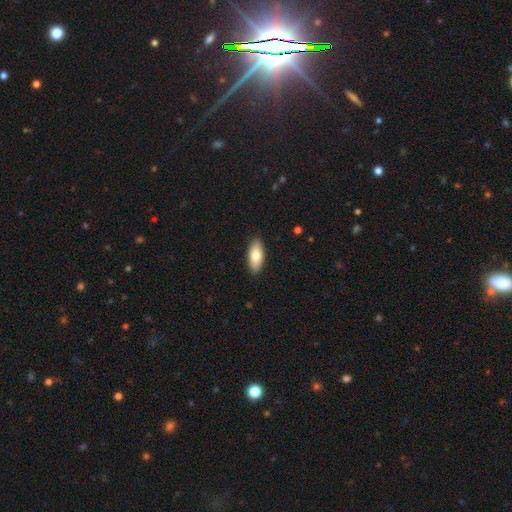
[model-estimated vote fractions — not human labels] smooth-or-featured: smooth: 77% | featured or disk: 17% | star or artifact: 6%
  how-rounded: in between: 80% | cigar-shaped: 18% | round: 2%
  merging: none: 90% | minor disturbance: 8% | major disturbance: 2% | merger: 1%